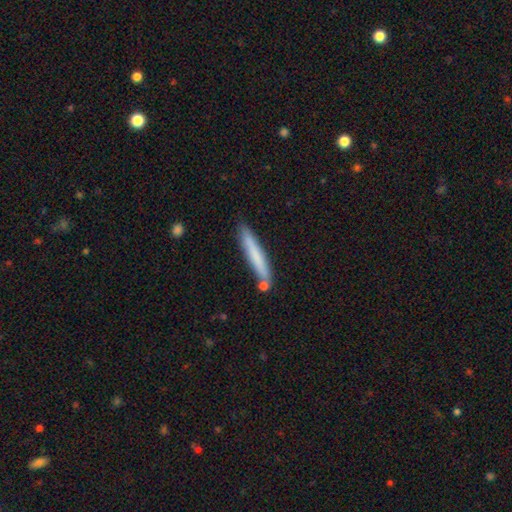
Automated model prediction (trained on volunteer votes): Smooth or featured? smooth (72%)
How rounded? cigar-shaped (95%)
Merging? none (81%)